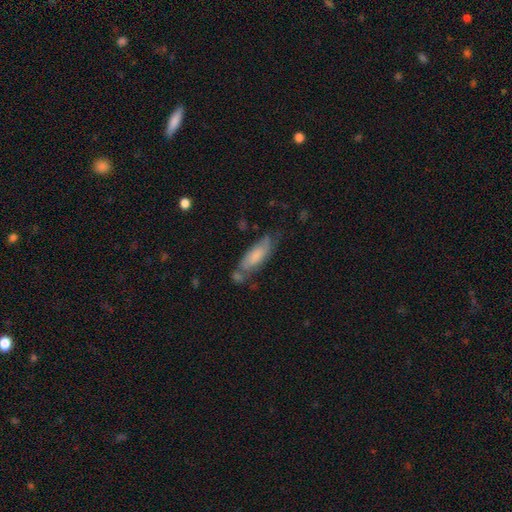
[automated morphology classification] A smooth galaxy with no disk features (68%) that is in between round and cigar-shaped (57%). Merging: none (51%).